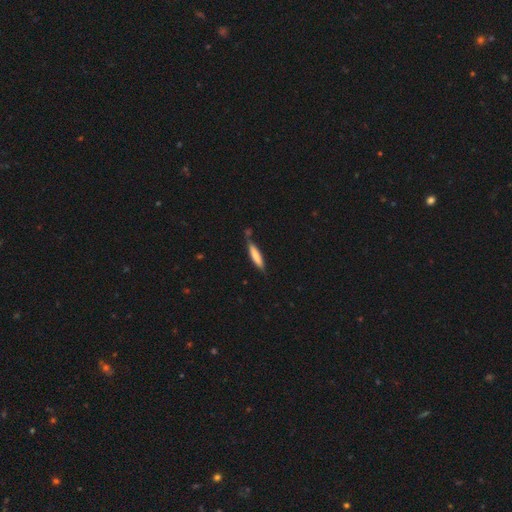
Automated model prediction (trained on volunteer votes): Morphology: type=smooth (75%); roundness=cigar-shaped (86%); merging=none (71%).